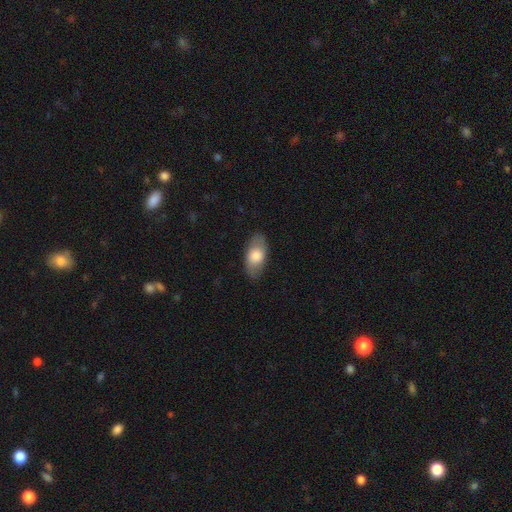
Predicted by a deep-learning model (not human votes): The model was most divided on "smooth or featured": smooth: 74%, featured or disk: 20%, star or artifact: 6%. More confident: how rounded — in between (91%); merging — none (81%).